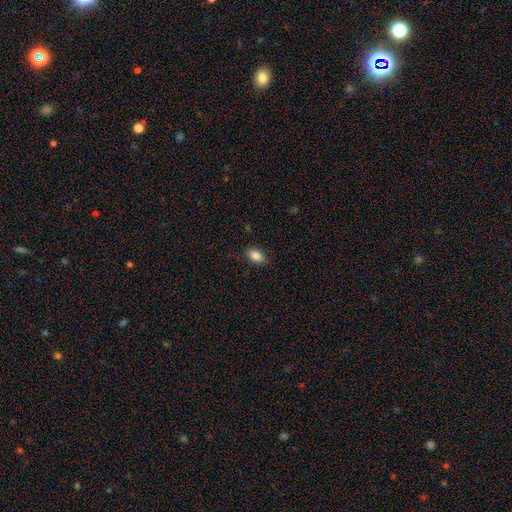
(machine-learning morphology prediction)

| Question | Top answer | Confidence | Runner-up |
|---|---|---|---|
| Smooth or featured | smooth | 87% | star or artifact (8%) |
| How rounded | in between | 88% | round (10%) |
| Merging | none | 85% | minor disturbance (11%) |